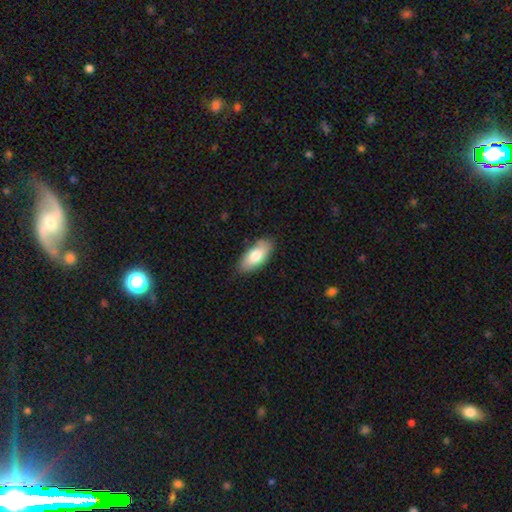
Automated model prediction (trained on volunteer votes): smooth-or-featured: smooth: 77% | featured or disk: 17% | star or artifact: 6%
  how-rounded: in between: 88% | cigar-shaped: 10% | round: 2%
  merging: none: 82% | minor disturbance: 14% | major disturbance: 2% | merger: 1%